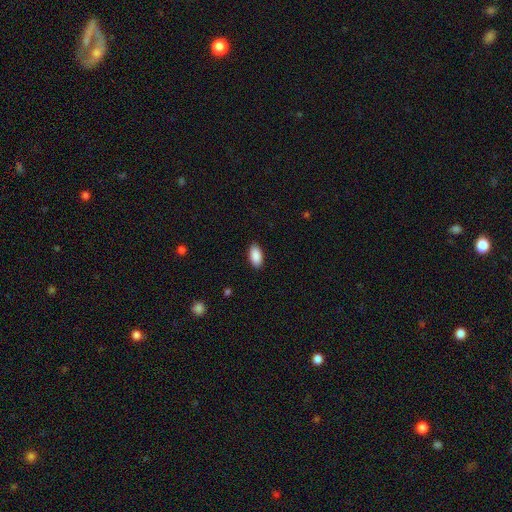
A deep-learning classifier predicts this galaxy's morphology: Overall: smooth (91%). How rounded: in between (94%). Merging: none (89%).